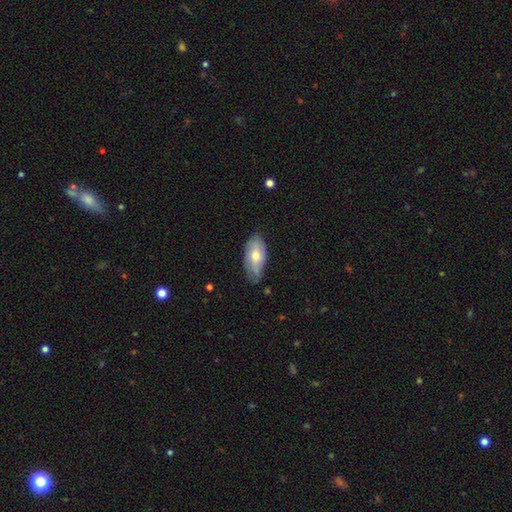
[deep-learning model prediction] Q: Smooth or featured?
A: smooth (58%); runner-up: featured or disk (36%)
Q: How rounded?
A: in between (90%); runner-up: cigar-shaped (6%)
Q: Merging?
A: none (63%); runner-up: minor disturbance (30%)